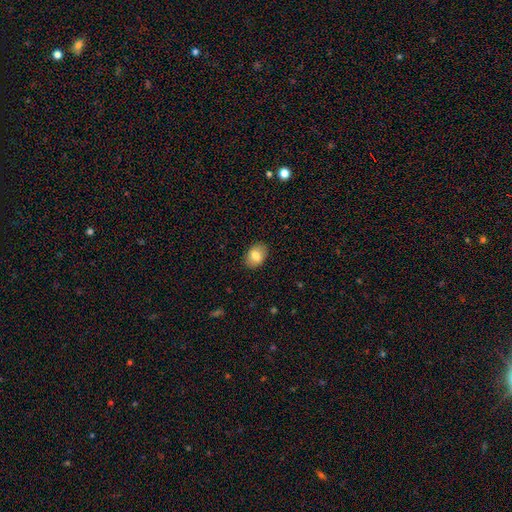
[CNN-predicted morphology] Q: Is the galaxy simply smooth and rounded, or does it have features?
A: smooth — 80%.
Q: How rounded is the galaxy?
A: in between — 75%.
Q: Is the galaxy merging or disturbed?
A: none — 89%.